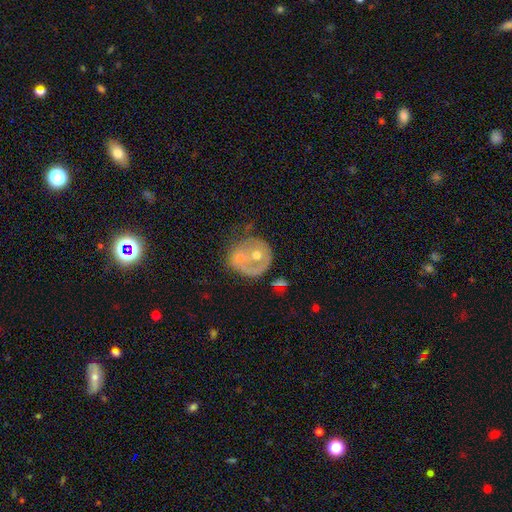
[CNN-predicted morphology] smooth-or-featured: featured or disk: 56% | smooth: 35% | star or artifact: 9%
  disk-edge-on: no: 97% | yes: 3%
    bar: no: 88% | weak: 9% | strong: 3%
    has-spiral-arms: no: 70% | yes: 30%
    bulge-size: moderate: 59% | small: 32% | none: 4% | large: 3% | dominant: 2%
  merging: none: 41% | merger: 26% | minor disturbance: 17% | major disturbance: 16%